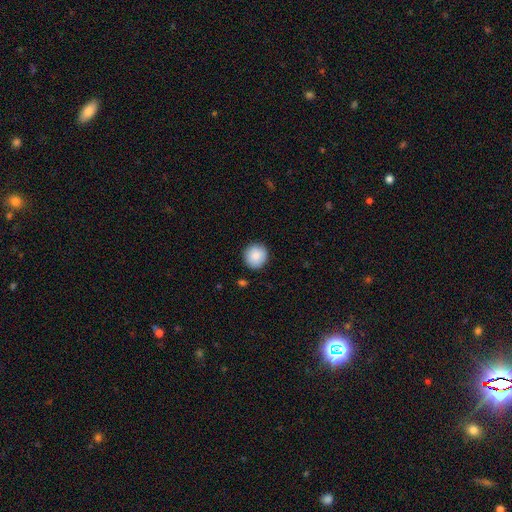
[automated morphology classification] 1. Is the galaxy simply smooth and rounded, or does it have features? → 87% smooth, 7% star or artifact, 5% featured or disk.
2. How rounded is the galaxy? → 93% round, 6% in between, 1% cigar-shaped.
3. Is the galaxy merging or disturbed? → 90% none, 7% minor disturbance, 2% major disturbance, 1% merger.